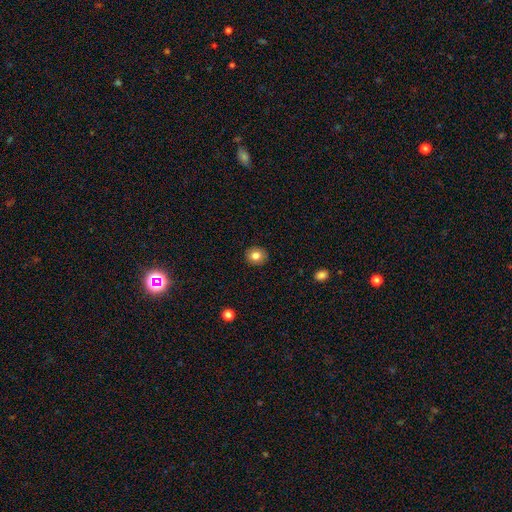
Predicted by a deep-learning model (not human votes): The model was most divided on "how rounded": round: 76%, in between: 23%, cigar-shaped: 1%. More confident: merging — none (90%); smooth or featured — smooth (81%).